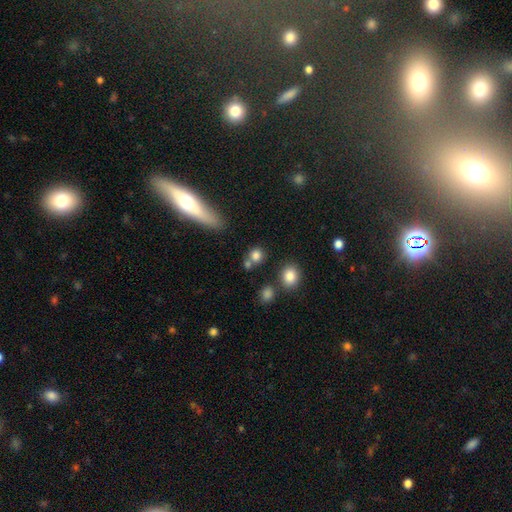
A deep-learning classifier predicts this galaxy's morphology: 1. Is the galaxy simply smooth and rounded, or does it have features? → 81% smooth, 11% star or artifact, 8% featured or disk.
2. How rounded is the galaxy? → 76% round, 22% in between, 2% cigar-shaped.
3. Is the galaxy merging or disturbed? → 62% none, 22% merger, 11% minor disturbance, 5% major disturbance.